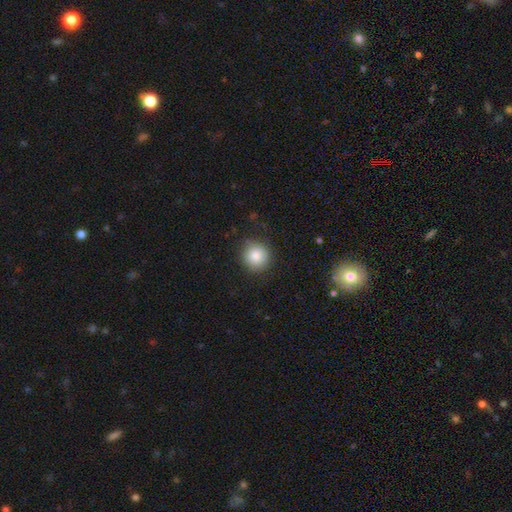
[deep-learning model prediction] Smooth or featured? Predicted: smooth (p=0.84). How rounded? Predicted: round (p=0.92). Merging? Predicted: none (p=0.86).